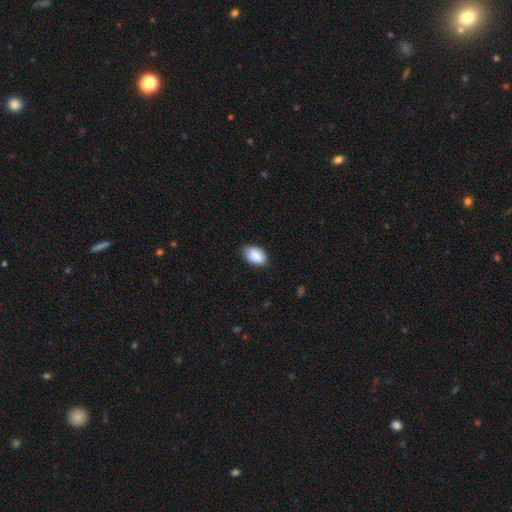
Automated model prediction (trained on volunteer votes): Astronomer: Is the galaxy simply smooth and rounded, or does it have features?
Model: smooth — 87%.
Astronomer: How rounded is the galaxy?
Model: in between — 90%.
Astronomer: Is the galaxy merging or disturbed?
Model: none — 79%.